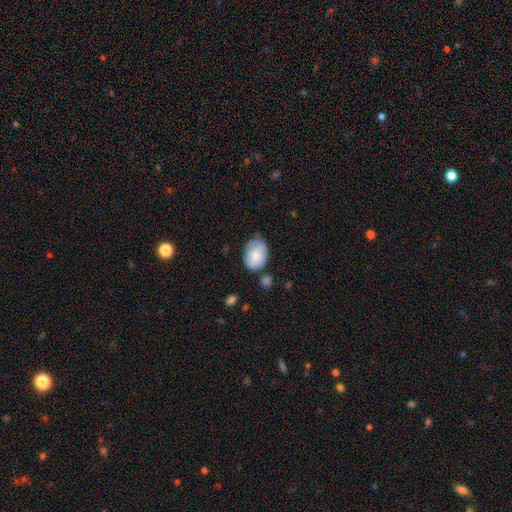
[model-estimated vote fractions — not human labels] Smooth or featured: smooth — 78% (featured or disk — 15%)
How rounded: in between — 80% (round — 19%)
Merging: none — 58% (minor disturbance — 31%)